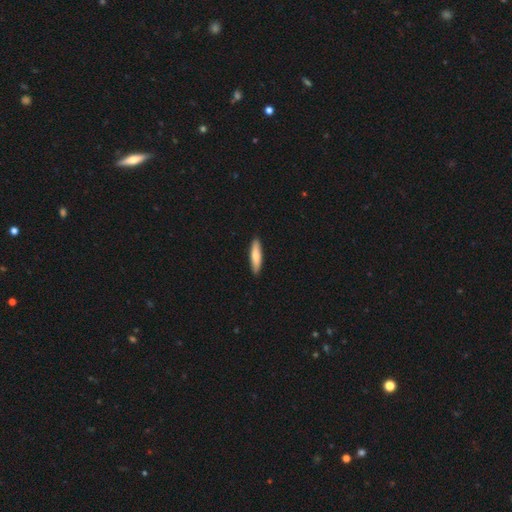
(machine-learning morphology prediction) Q: Smooth or featured?
A: smooth (76%); runner-up: featured or disk (19%)
Q: How rounded?
A: cigar-shaped (77%); runner-up: in between (21%)
Q: Merging?
A: none (91%); runner-up: minor disturbance (7%)